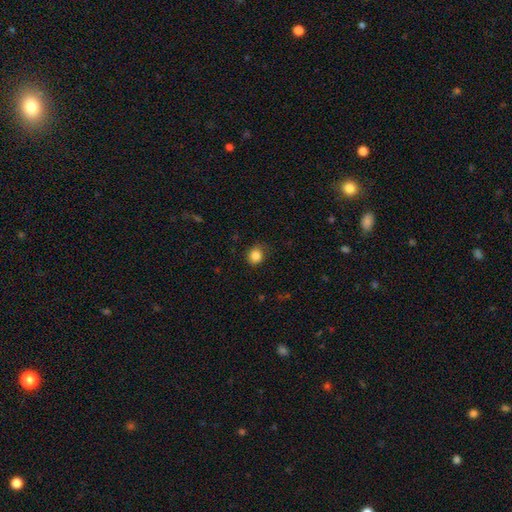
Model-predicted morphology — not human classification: smooth-or-featured: smooth: 85% | star or artifact: 11% | featured or disk: 4%
  how-rounded: round: 77% | in between: 22% | cigar-shaped: 1%
  merging: none: 82% | minor disturbance: 14% | major disturbance: 3% | merger: 1%